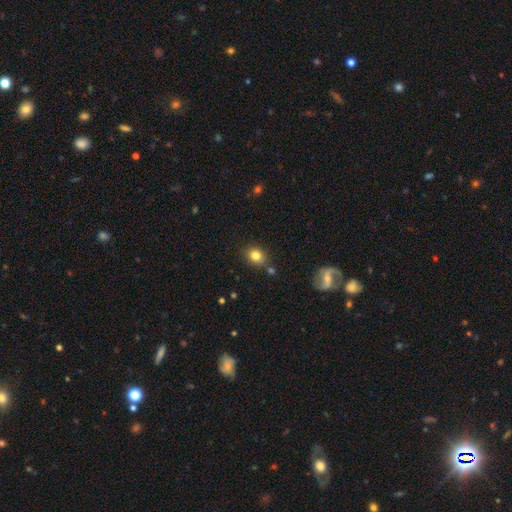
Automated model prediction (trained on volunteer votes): A smooth galaxy with no disk features (81%) that is round (55%). Merging: none (76%).